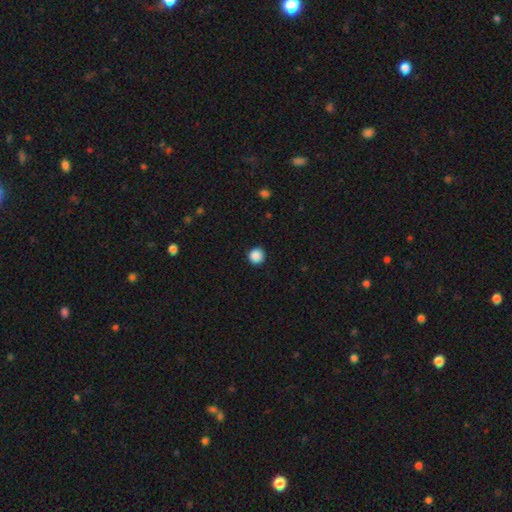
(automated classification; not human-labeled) The model was most divided on "smooth or featured": smooth: 88%, star or artifact: 9%, featured or disk: 2%. More confident: how rounded — round (95%); merging — none (93%).